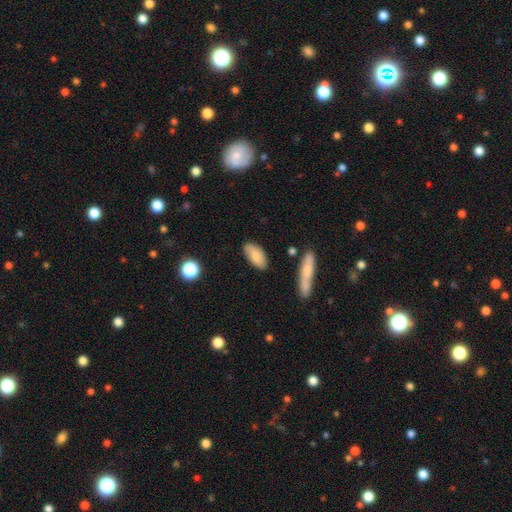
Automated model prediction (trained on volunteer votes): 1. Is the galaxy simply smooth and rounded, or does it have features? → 82% smooth, 11% featured or disk, 7% star or artifact.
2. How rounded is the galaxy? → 89% in between, 9% cigar-shaped, 2% round.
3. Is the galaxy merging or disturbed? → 81% none, 14% minor disturbance, 3% major disturbance, 3% merger.